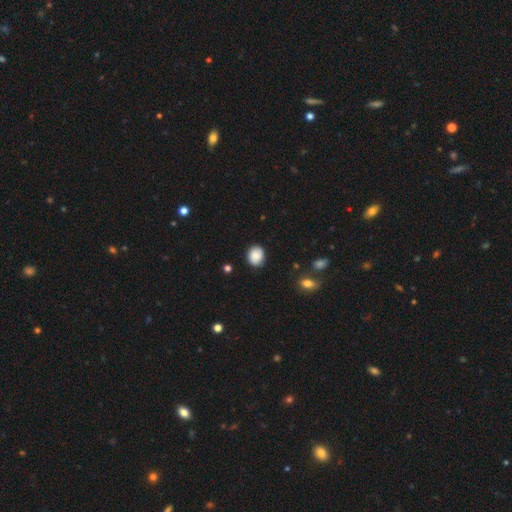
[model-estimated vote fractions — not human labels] Smooth or featured? smooth (82%)
How rounded? round (66%)
Merging? none (81%)